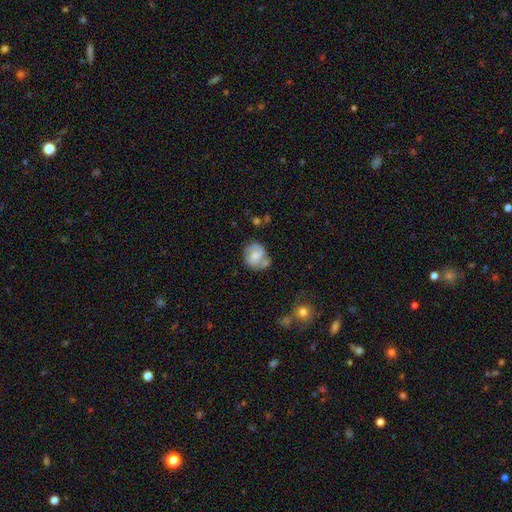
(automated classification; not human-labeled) smooth-or-featured: featured or disk: 55% | smooth: 38% | star or artifact: 7%
  disk-edge-on: no: 98% | yes: 2%
    bar: no: 61% | weak: 33% | strong: 6%
    has-spiral-arms: yes: 79% | no: 21%
    bulge-size: moderate: 45% | small: 38% | none: 10% | large: 6% | dominant: 1%
  merging: none: 53% | minor disturbance: 26% | major disturbance: 11% | merger: 10%